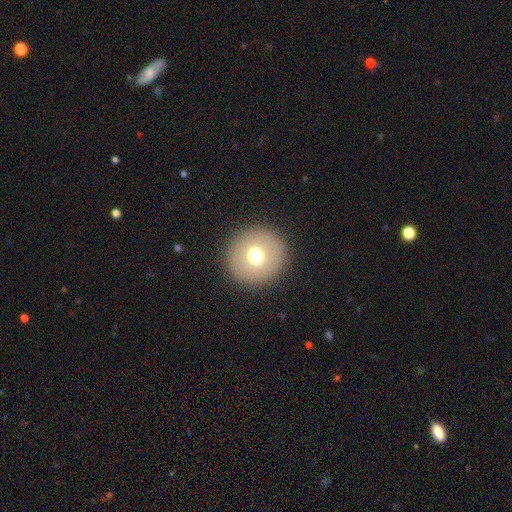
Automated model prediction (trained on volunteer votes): This is likely a smooth galaxy (69%). How rounded: clearly round (95%). Merging: clearly none (91%).